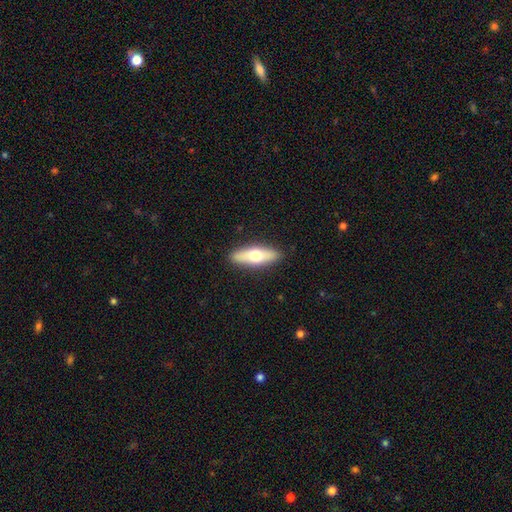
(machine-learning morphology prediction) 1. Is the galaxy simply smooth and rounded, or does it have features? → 56% smooth, 38% featured or disk, 6% star or artifact.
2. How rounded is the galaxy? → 51% in between, 46% cigar-shaped, 3% round.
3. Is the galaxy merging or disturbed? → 89% none, 8% minor disturbance, 2% major disturbance, 1% merger.